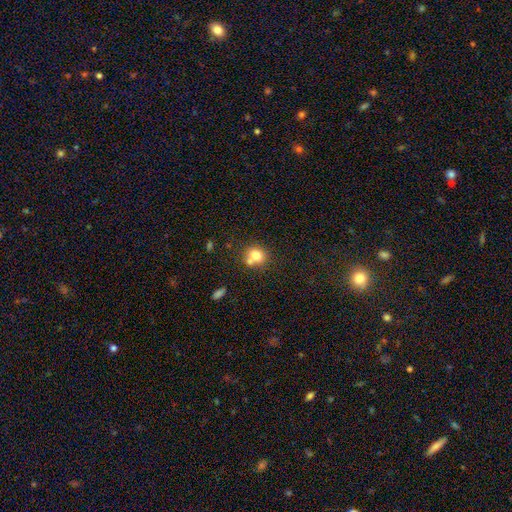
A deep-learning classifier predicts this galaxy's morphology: This appears to be a smooth galaxy with no disk features (77%) that is round (71%). Merging: none (56%).